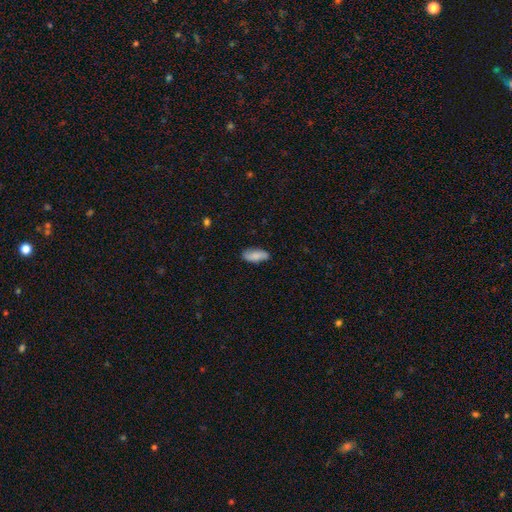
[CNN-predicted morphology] Overall: smooth (81%). How rounded: in between (83%). Merging: none (79%).